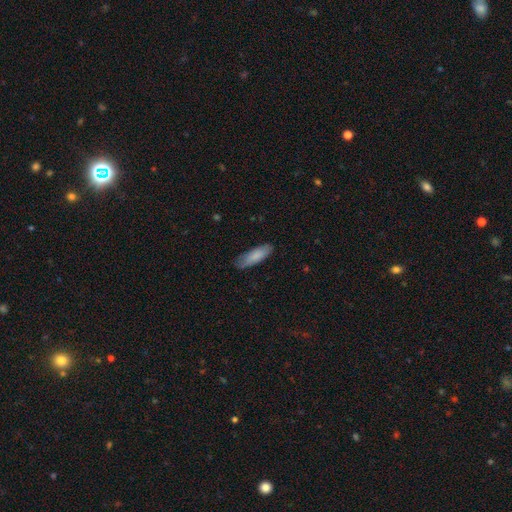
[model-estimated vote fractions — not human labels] Q: Smooth or featured?
A: smooth (84%); runner-up: featured or disk (11%)
Q: How rounded?
A: in between (52%); runner-up: cigar-shaped (46%)
Q: Merging?
A: none (81%); runner-up: minor disturbance (15%)